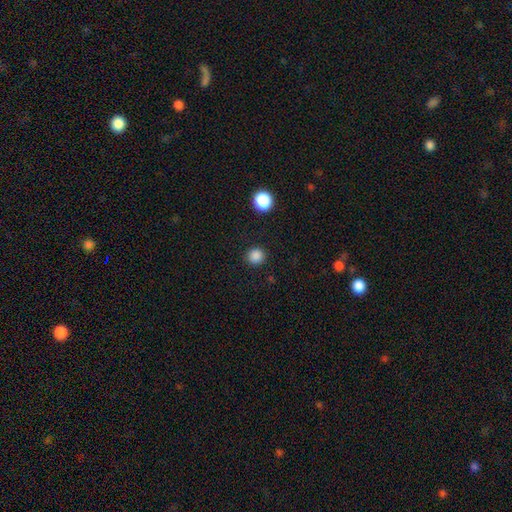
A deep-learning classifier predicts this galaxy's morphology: This appears to be a smooth galaxy with no disk features (85%) that is round (93%). Merging: none (91%).